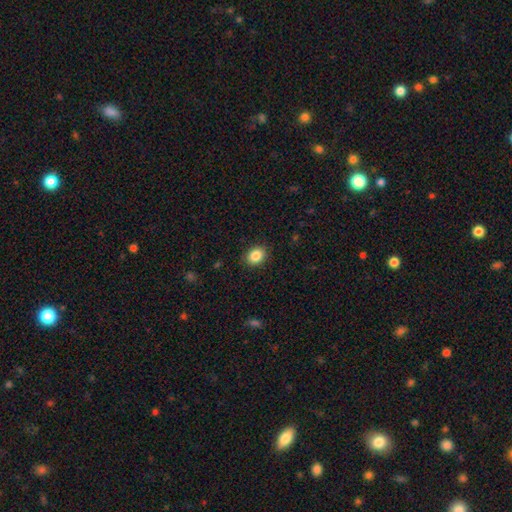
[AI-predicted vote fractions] Overall: smooth (86%). How rounded: in between (59%; round 40%). Merging: none (88%).